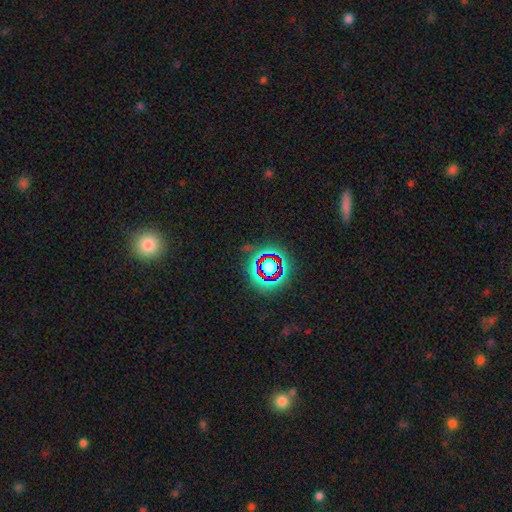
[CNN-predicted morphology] Smooth or featured? Predicted: star or artifact (p=0.74).